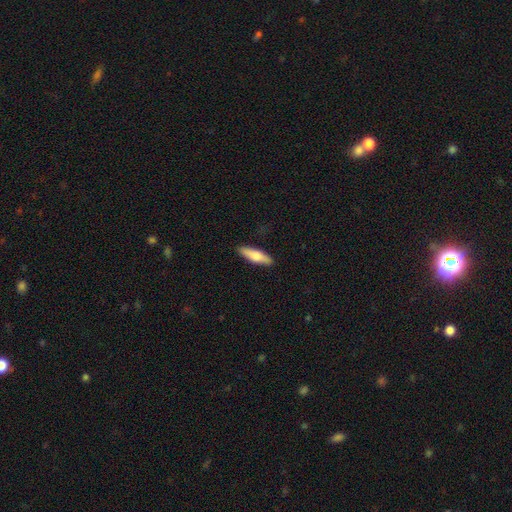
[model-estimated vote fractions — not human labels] smooth-or-featured: smooth: 63% | featured or disk: 31% | star or artifact: 5%
  how-rounded: cigar-shaped: 64% | in between: 34% | round: 2%
  merging: none: 89% | minor disturbance: 8% | major disturbance: 2% | merger: 1%